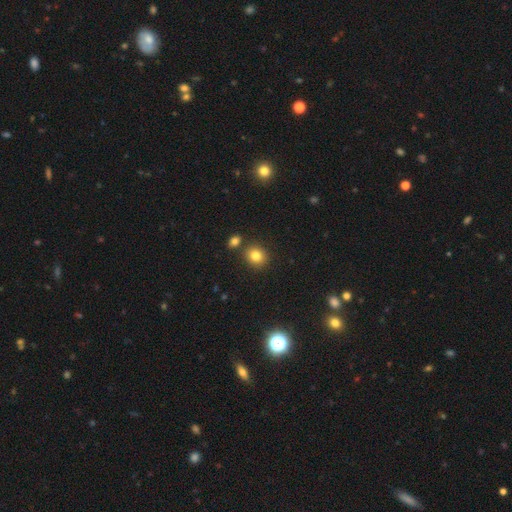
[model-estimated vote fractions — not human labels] Smooth or featured?
  - smooth: 82% *
  - star or artifact: 12%
  - featured or disk: 7%
How rounded?
  - round: 77% *
  - in between: 22%
  - cigar-shaped: 1%
Merging?
  - none: 80% *
  - merger: 10%
  - minor disturbance: 8%
  - major disturbance: 2%